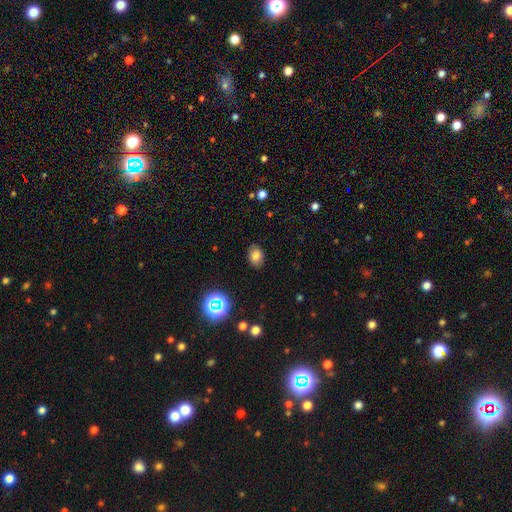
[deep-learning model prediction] This is likely a smooth galaxy (78%). How rounded: likely in between (79%). Merging: clearly none (85%).